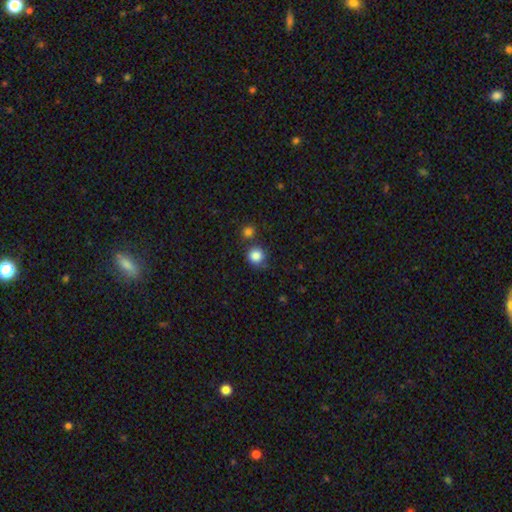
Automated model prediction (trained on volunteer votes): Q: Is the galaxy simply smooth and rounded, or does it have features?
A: smooth — 85%.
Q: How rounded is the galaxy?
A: round — 90%.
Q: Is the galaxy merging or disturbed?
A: none — 71%.